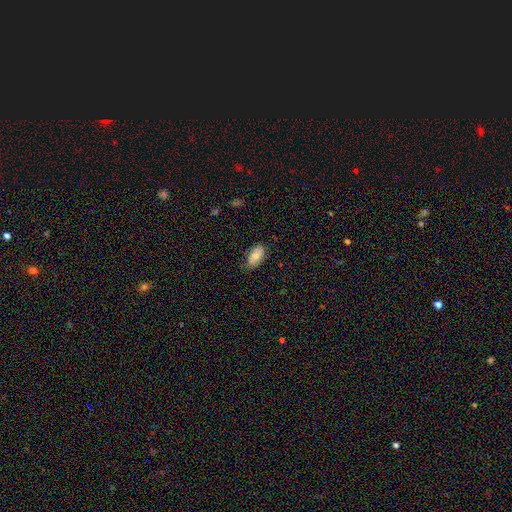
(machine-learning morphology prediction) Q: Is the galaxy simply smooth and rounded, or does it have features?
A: smooth — 78%.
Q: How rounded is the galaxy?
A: in between — 94%.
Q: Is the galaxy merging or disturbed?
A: none — 76%.